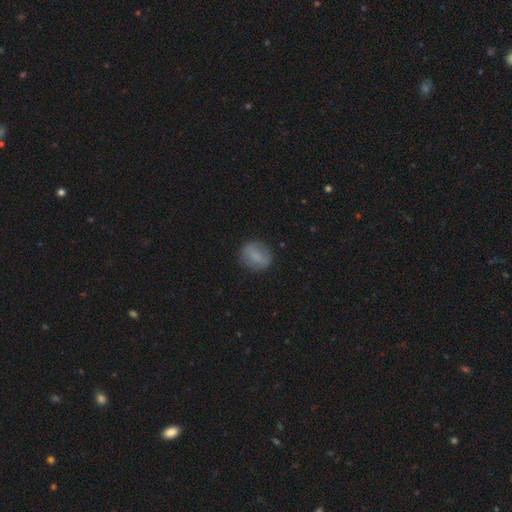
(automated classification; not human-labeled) Smooth or featured?
  - smooth: 70% *
  - featured or disk: 22%
  - star or artifact: 9%
How rounded?
  - round: 61% *
  - in between: 37%
  - cigar-shaped: 2%
Merging?
  - none: 81% *
  - minor disturbance: 13%
  - major disturbance: 4%
  - merger: 1%